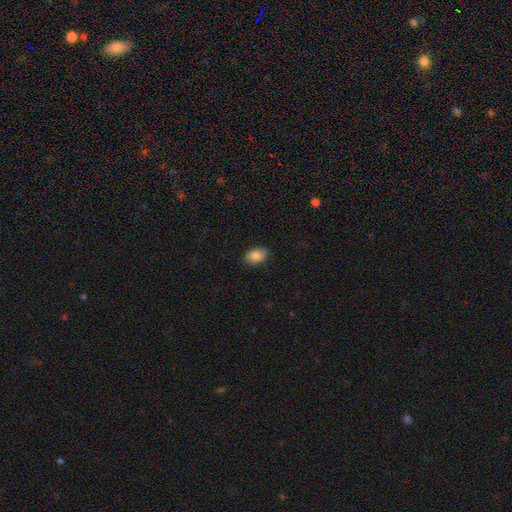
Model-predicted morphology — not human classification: Q: Smooth or featured?
A: smooth (86%); runner-up: star or artifact (7%)
Q: How rounded?
A: in between (87%); runner-up: round (12%)
Q: Merging?
A: none (89%); runner-up: minor disturbance (9%)